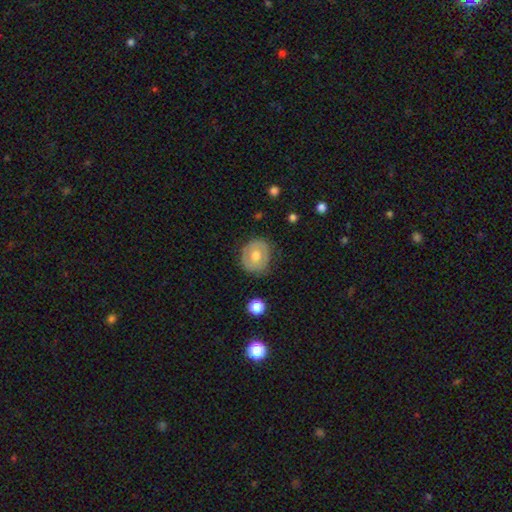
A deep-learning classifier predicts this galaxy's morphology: A smooth galaxy with no disk features (55%) that is round (76%).

Vote fractions:
- Smooth or featured? smooth: 55% / featured or disk: 38% / star or artifact: 7%
- How rounded? round: 76% / in between: 23% / cigar-shaped: 1%
- Merging? none: 80% / minor disturbance: 15% / major disturbance: 4% / merger: 1%